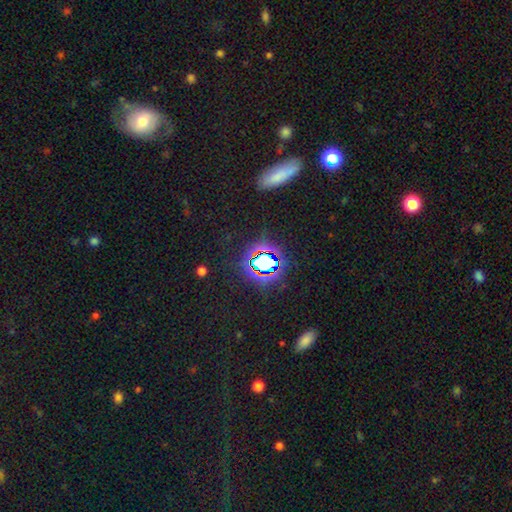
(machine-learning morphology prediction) Smooth or featured? star or artifact (70%)